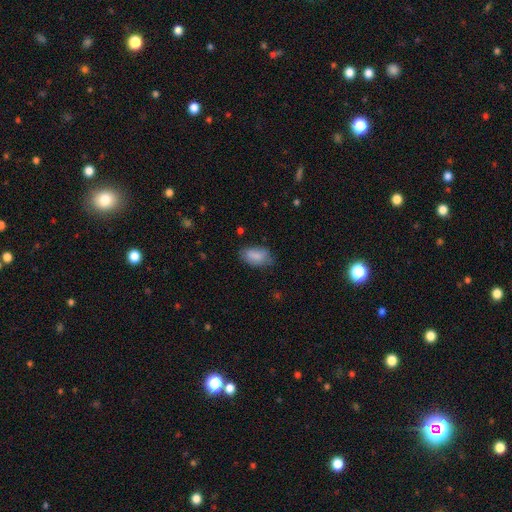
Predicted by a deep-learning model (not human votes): Overall: smooth (82%). How rounded: in between (92%). Merging: none (65%; minor disturbance 26%).